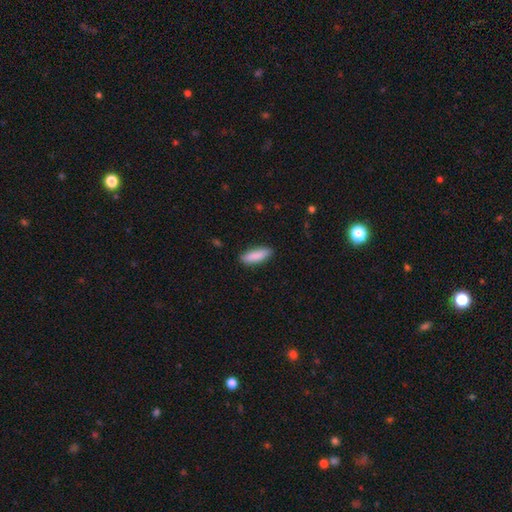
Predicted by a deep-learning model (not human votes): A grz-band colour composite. It shows a smooth galaxy with no disk features (88%) that is in between round and cigar-shaped (54%). Merging: none (87%).